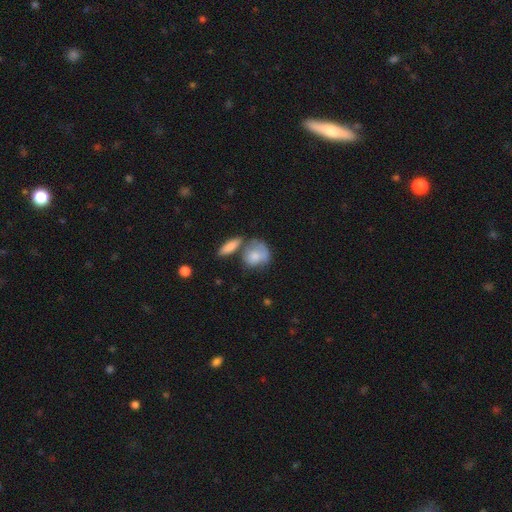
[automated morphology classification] smooth 75%, featured or disk 19%, star or artifact 7%. Down the decision tree: how rounded — round (49%); merging — none (37%).